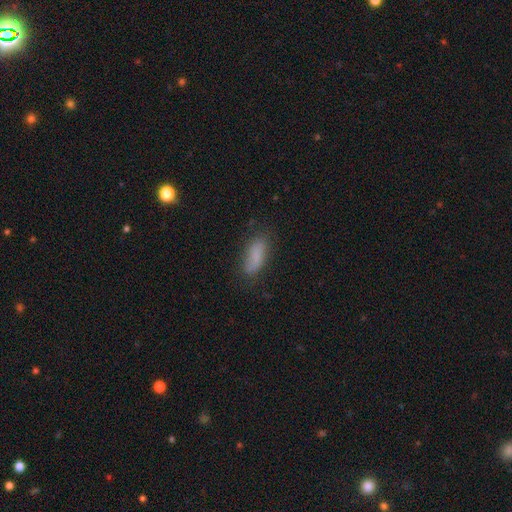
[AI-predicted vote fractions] This is likely a smooth galaxy (78%). How rounded: likely in between (75%). Merging: likely none (70%).